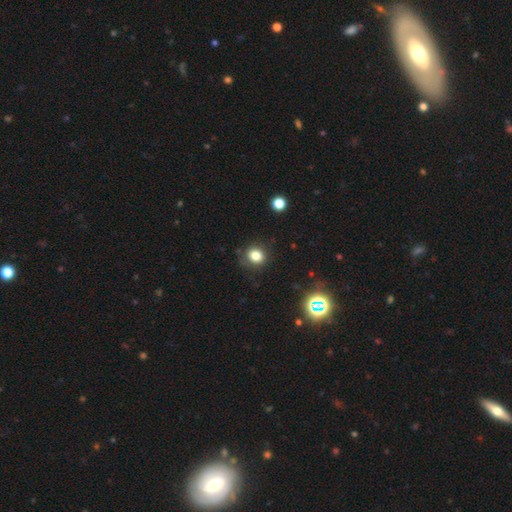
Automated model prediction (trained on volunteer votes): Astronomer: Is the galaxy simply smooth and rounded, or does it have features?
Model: smooth — 80%.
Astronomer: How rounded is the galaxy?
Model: round — 74%.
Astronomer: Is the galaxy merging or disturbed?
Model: none — 81%.